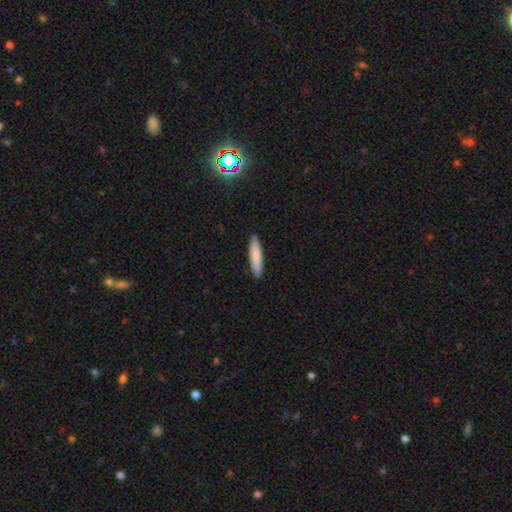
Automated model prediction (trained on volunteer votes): Smooth or featured: smooth — 83% (featured or disk — 11%)
How rounded: cigar-shaped — 85% (in between — 13%)
Merging: none — 91% (minor disturbance — 6%)